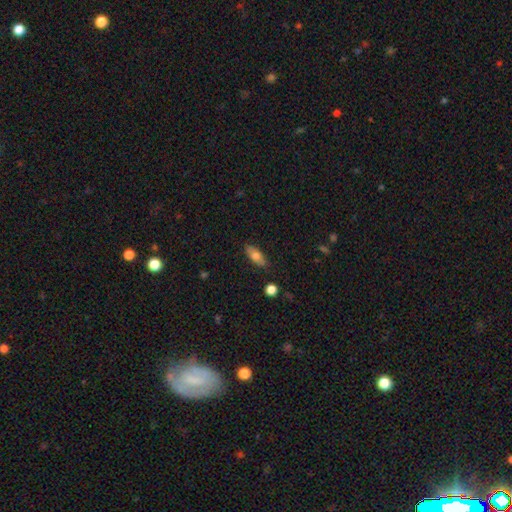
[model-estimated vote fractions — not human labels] Smooth or featured: smooth — 71% (featured or disk — 22%)
How rounded: in between — 74% (cigar-shaped — 23%)
Merging: none — 84% (minor disturbance — 12%)